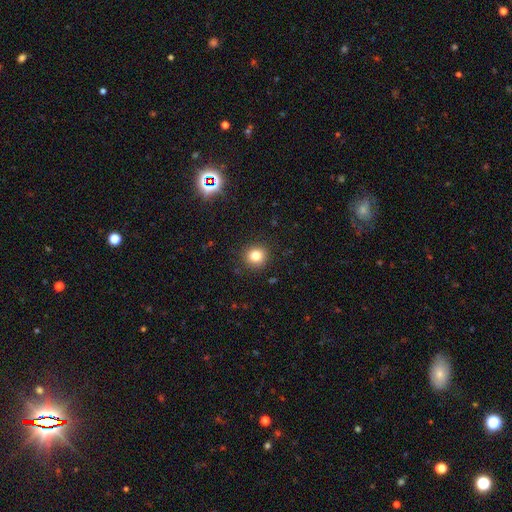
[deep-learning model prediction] Smooth or featured?
  - smooth: 81% *
  - star or artifact: 13%
  - featured or disk: 7%
How rounded?
  - round: 91% *
  - in between: 8%
  - cigar-shaped: 1%
Merging?
  - none: 90% *
  - minor disturbance: 7%
  - major disturbance: 2%
  - merger: 1%